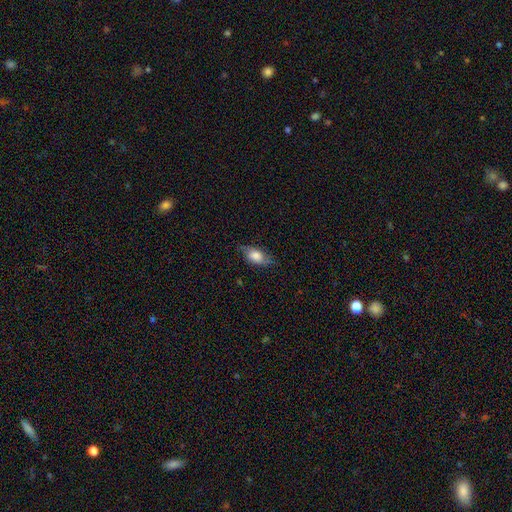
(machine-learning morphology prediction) Smooth or featured?
  - smooth: 64% *
  - featured or disk: 28%
  - star or artifact: 8%
How rounded?
  - in between: 83% *
  - round: 9%
  - cigar-shaped: 8%
Merging?
  - none: 67% *
  - minor disturbance: 25%
  - major disturbance: 7%
  - merger: 1%